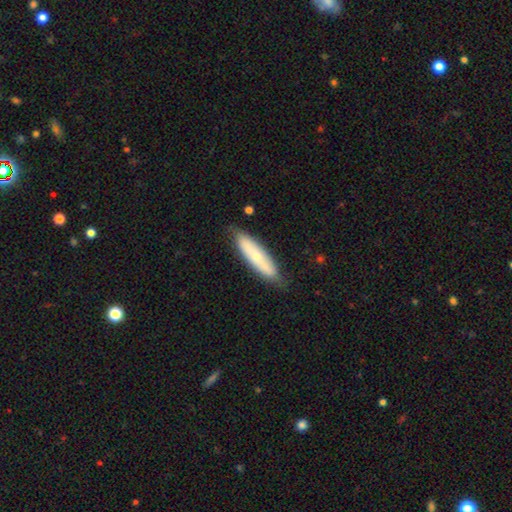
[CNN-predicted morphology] smooth 53%, featured or disk 41%, star or artifact 6%. Down the decision tree: how rounded — cigar-shaped (68%); merging — none (79%).